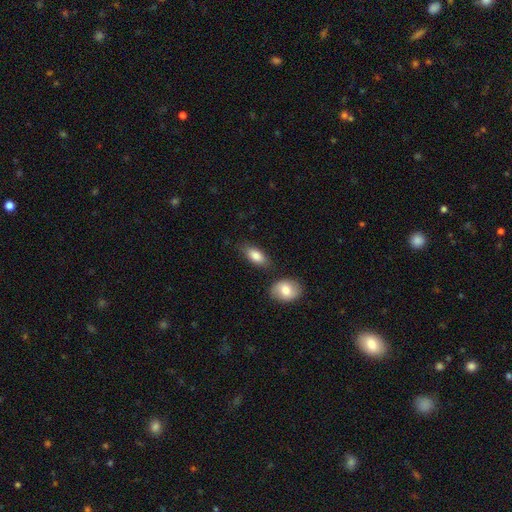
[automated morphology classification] Smooth or featured: smooth — 83% (featured or disk — 11%)
How rounded: in between — 88% (cigar-shaped — 8%)
Merging: none — 74% (minor disturbance — 15%)